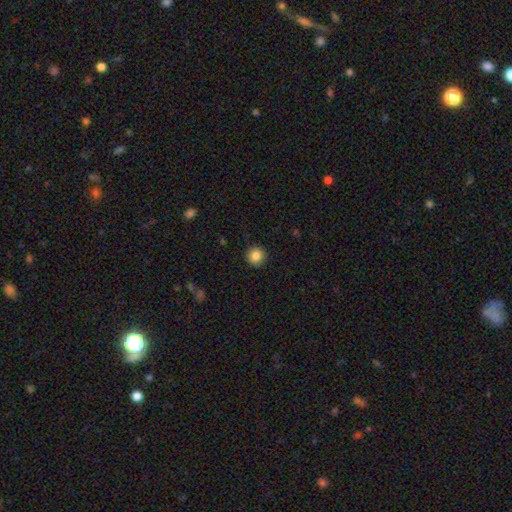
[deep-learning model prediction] A smooth galaxy with no disk features (85%) that is round (94%).

Vote fractions:
- Smooth or featured? smooth: 85% / star or artifact: 9% / featured or disk: 5%
- How rounded? round: 94% / in between: 5% / cigar-shaped: 1%
- Merging? none: 91% / minor disturbance: 6% / major disturbance: 2% / merger: 1%